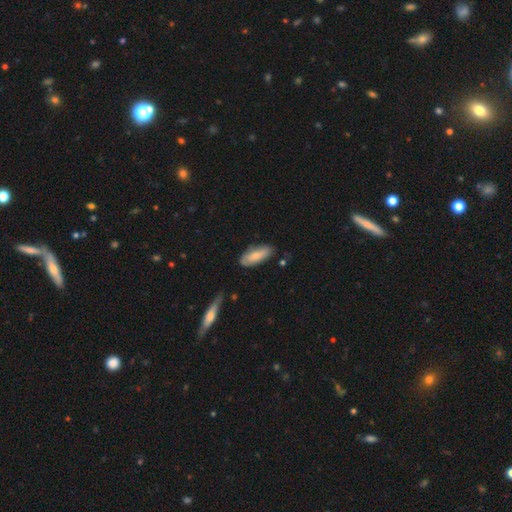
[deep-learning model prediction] This appears to be a smooth galaxy with no disk features (76%) that is in between round and cigar-shaped (72%). Merging: none (73%).